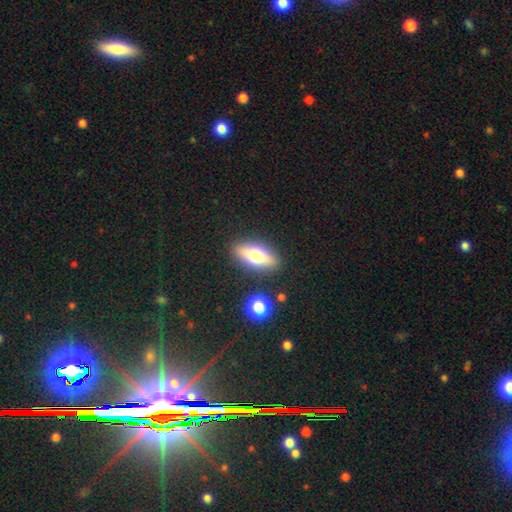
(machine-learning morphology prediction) Smooth or featured?
  - smooth: 53% *
  - featured or disk: 37%
  - star or artifact: 9%
How rounded?
  - in between: 68% *
  - cigar-shaped: 25%
  - round: 6%
Merging?
  - none: 86% *
  - minor disturbance: 9%
  - major disturbance: 3%
  - merger: 2%